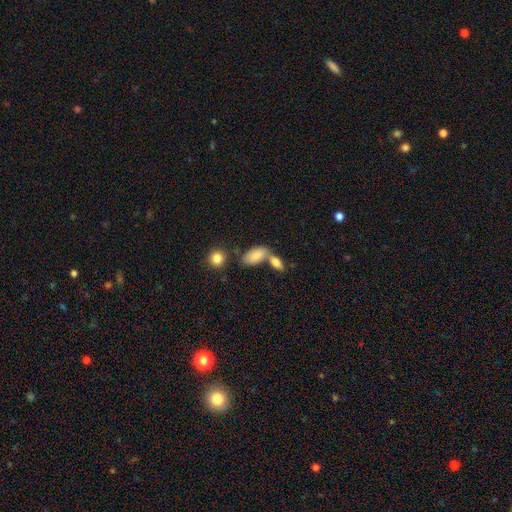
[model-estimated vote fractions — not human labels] Overall: smooth (80%). How rounded: in between (89%). Merging: none (44%; merger 38%).